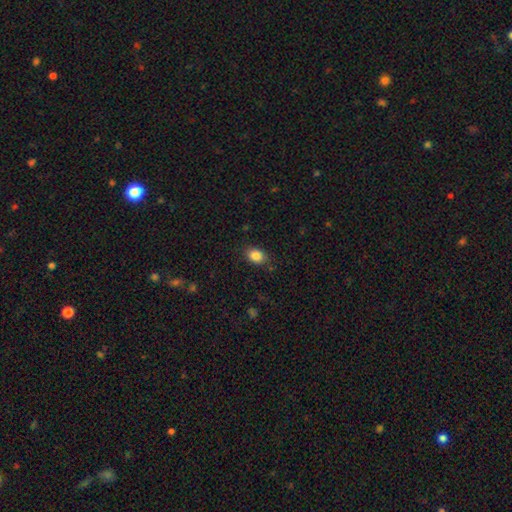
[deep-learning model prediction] smooth_or_featured: smooth (p=0.86) [alt: star or artifact p=0.09]
how_rounded: in between (p=0.68) [alt: round p=0.31]
merging: none (p=0.83) [alt: minor disturbance p=0.12]